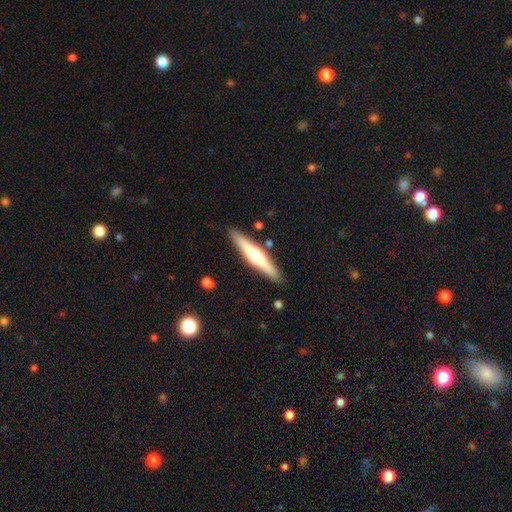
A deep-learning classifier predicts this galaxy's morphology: Smooth or featured?
  - featured or disk: 58% *
  - smooth: 36%
  - star or artifact: 5%
Edge-on disk?
  - yes: 97% *
  - no: 3%
Edge-on bulge?
  - rounded: 88% *
  - boxy: 6%
  - none: 6%
Merging?
  - none: 88% *
  - minor disturbance: 8%
  - merger: 2%
  - major disturbance: 2%